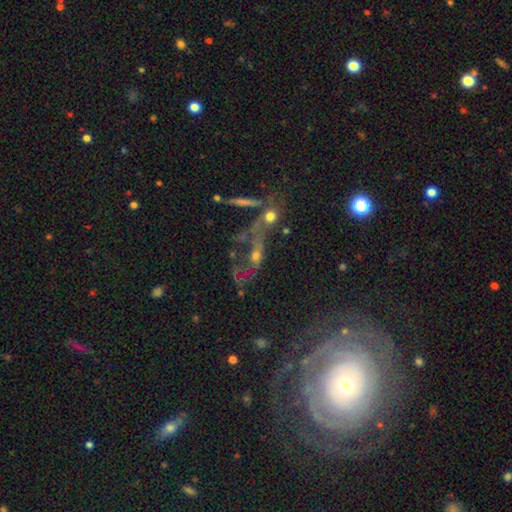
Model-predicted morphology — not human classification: The model was most divided on "merging": merger: 39%, major disturbance: 25%, none: 25%, minor disturbance: 11%. Remaining: smooth or featured — featured or disk (44%).